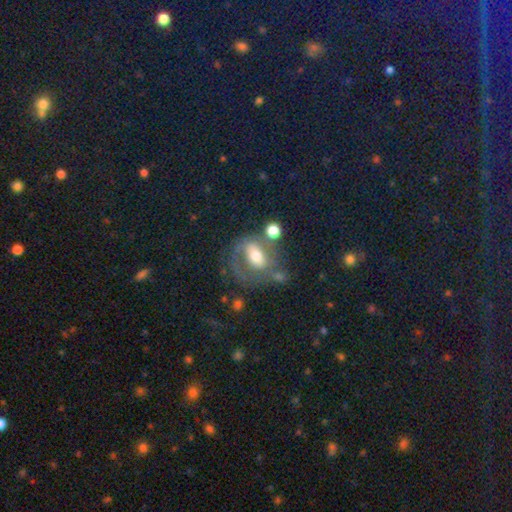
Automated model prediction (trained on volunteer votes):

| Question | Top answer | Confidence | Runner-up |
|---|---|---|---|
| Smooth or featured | featured or disk | 60% | smooth (31%) |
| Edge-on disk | no | 95% | yes (5%) |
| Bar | weak | 36% | no (33%) |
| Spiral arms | yes | 63% | no (37%) |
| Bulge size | moderate | 62% | small (18%) |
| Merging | none | 40% | major disturbance (24%) |